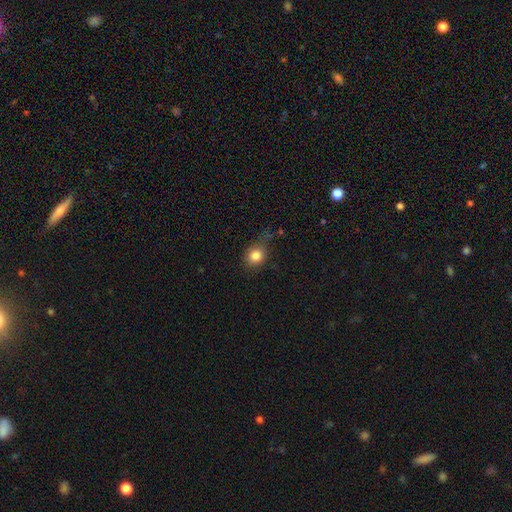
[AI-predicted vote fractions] Q: Smooth or featured?
A: smooth (83%); runner-up: star or artifact (10%)
Q: How rounded?
A: round (68%); runner-up: in between (30%)
Q: Merging?
A: none (58%); runner-up: minor disturbance (27%)